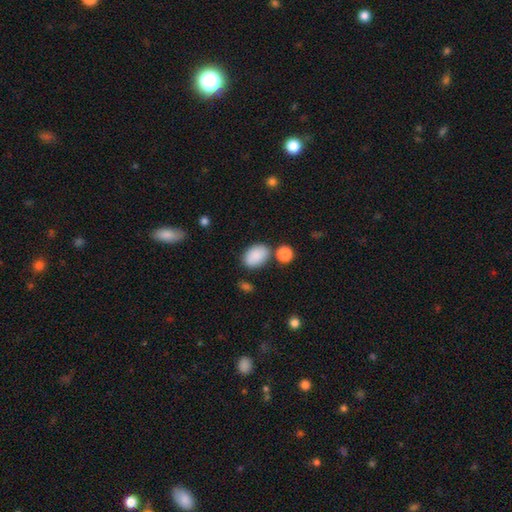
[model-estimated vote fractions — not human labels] A smooth galaxy with no disk features (88%) that is in between round and cigar-shaped (87%).

Vote fractions:
- Smooth or featured? smooth: 88% / star or artifact: 7% / featured or disk: 5%
- How rounded? in between: 87% / round: 11% / cigar-shaped: 1%
- Merging? none: 72% / minor disturbance: 15% / merger: 9% / major disturbance: 4%